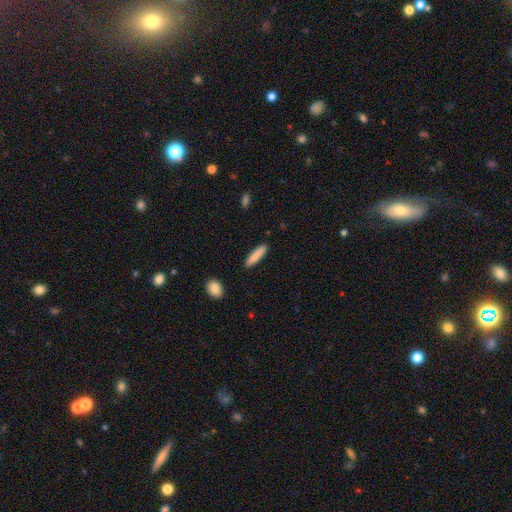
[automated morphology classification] smooth_or_featured: smooth (p=0.83) [alt: featured or disk p=0.11]
how_rounded: cigar-shaped (p=0.80) [alt: in between p=0.18]
merging: none (p=0.89) [alt: minor disturbance p=0.08]